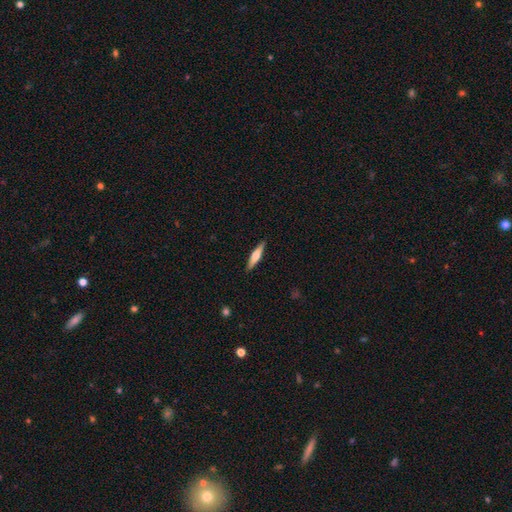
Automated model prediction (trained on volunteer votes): Smooth or featured: smooth — 52% (featured or disk — 42%)
How rounded: cigar-shaped — 82% (in between — 16%)
Merging: none — 90% (minor disturbance — 7%)